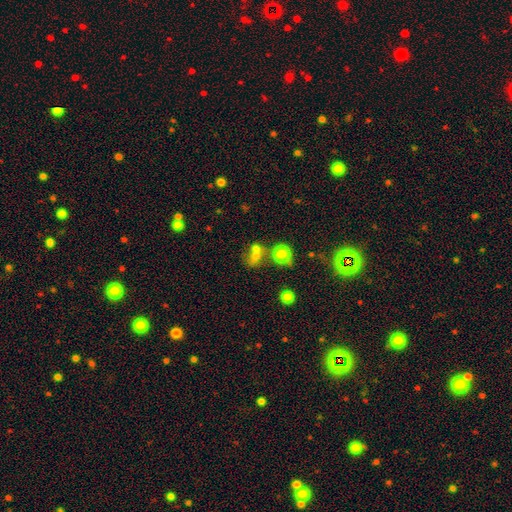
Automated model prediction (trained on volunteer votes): Smooth or featured? Predicted: smooth (p=0.61). How rounded? Predicted: round (p=0.59). Merging? Predicted: none (p=0.41, tied with merger).